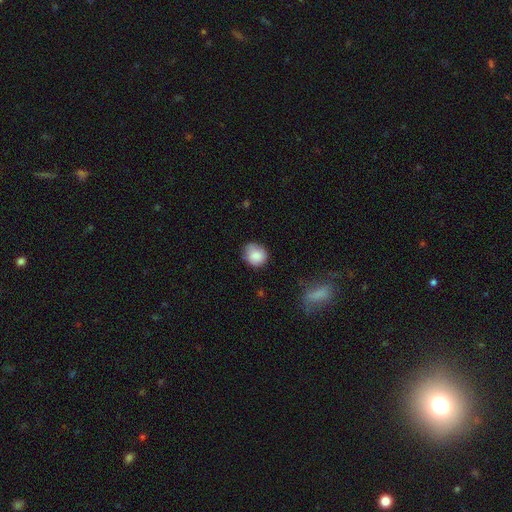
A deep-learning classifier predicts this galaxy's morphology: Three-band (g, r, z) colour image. It shows a smooth galaxy with no disk features (84%) that is round (80%). Merging: none (71%).